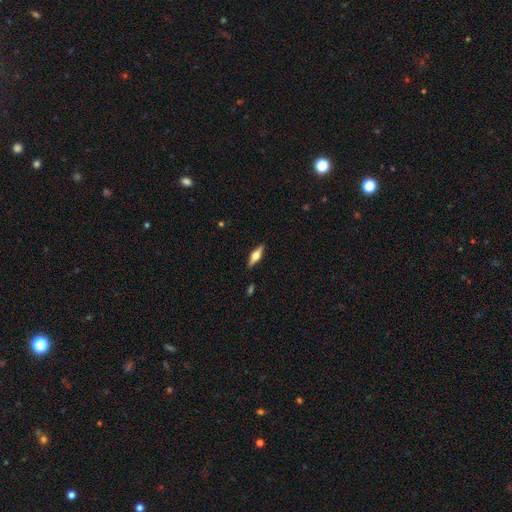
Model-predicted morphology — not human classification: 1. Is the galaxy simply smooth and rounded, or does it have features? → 56% featured or disk, 37% smooth, 6% star or artifact.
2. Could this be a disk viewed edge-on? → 94% yes, 6% no.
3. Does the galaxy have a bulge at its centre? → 90% rounded, 8% boxy, 2% none.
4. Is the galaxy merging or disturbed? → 88% none, 9% minor disturbance, 2% major disturbance, 1% merger.